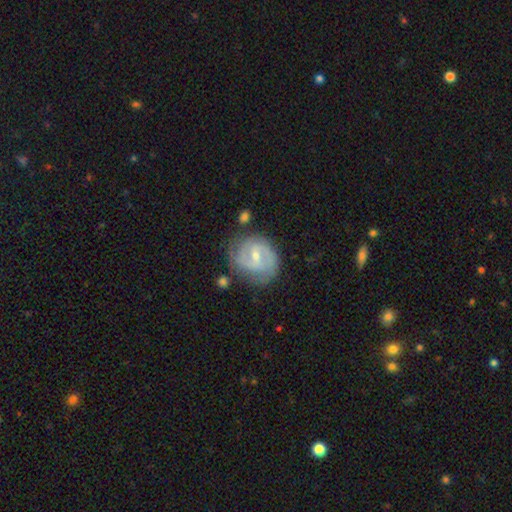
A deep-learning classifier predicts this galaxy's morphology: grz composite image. It shows a featured or disk galaxy (77%) with a weak bar (57%), 2 (69%) tight (45%) spiral arms (91%) and a small central bulge (58%). Merging: none (68%).